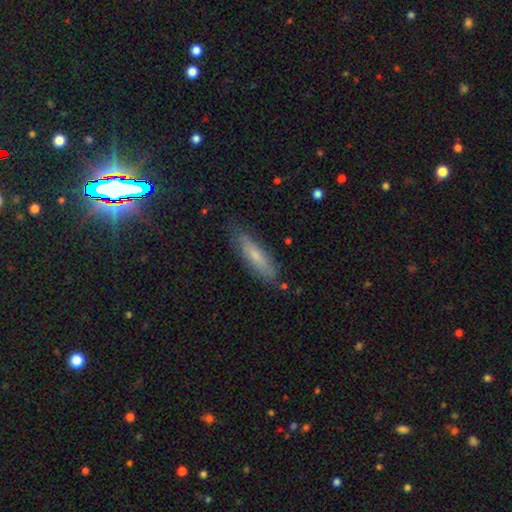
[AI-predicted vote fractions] Morphology: type=smooth (63%); roundness=cigar-shaped (67%); merging=none (76%).